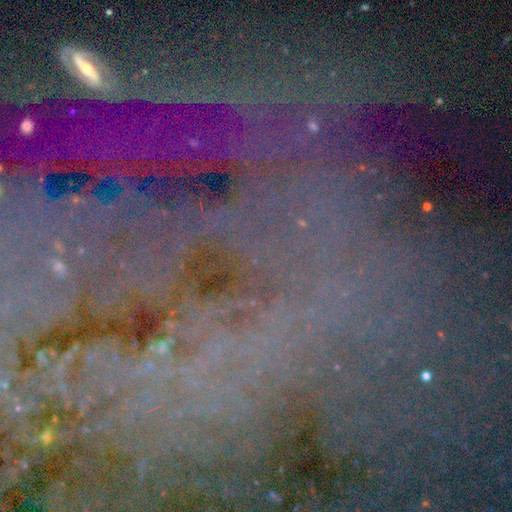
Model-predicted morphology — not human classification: smooth-or-featured: star or artifact: 77% | featured or disk: 14% | smooth: 9%